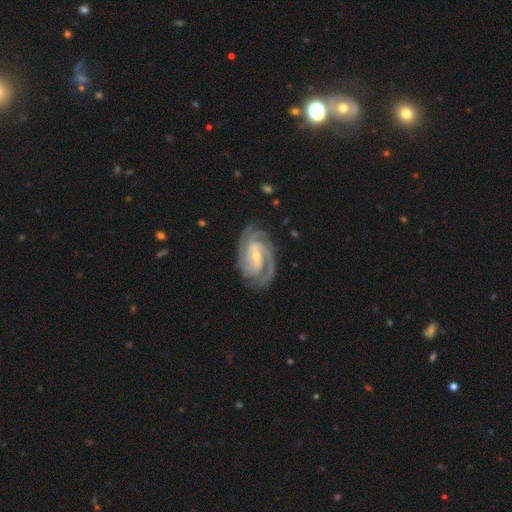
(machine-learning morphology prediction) Overall: featured or disk (92%). Edge-on disk: no (97%). Bar: weak (46%; strong 28%). Spiral arms: yes (98%). Spiral arm count: 3 (37%; 2 20%). Spiral winding: tight (64%; medium 31%). Bulge size: small (60%; moderate 37%). Merging: none (79%).